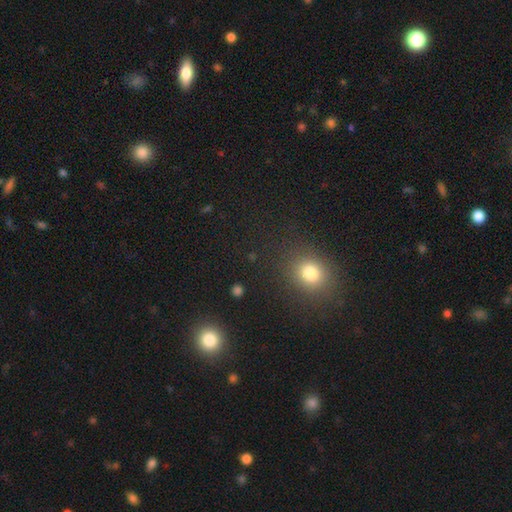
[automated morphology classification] Smooth or featured: smooth — 64% (star or artifact — 30%)
How rounded: round — 75% (in between — 23%)
Merging: none — 88% (minor disturbance — 7%)